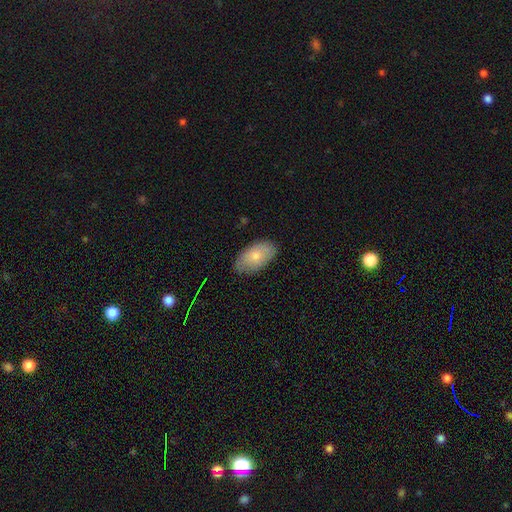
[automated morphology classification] A smooth galaxy with no disk features (72%) that is in between round and cigar-shaped (94%). Merging: none (79%).